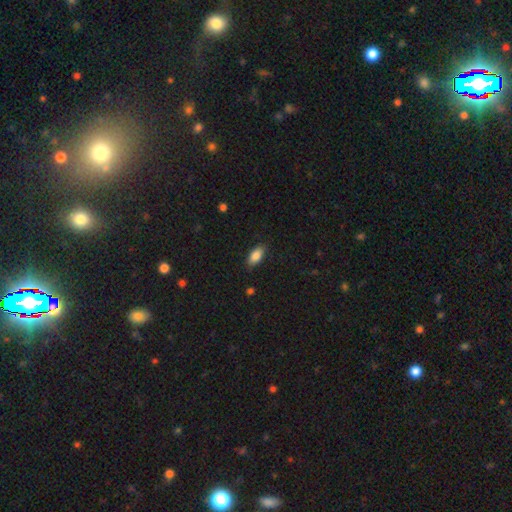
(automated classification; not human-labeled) Morphology: type=smooth (86%); roundness=in between (89%); merging=none (85%).